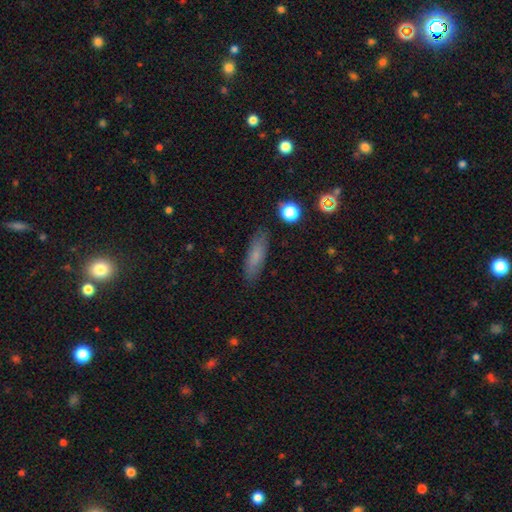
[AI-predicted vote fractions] Smooth or featured?
  - smooth: 74% *
  - featured or disk: 17%
  - star or artifact: 9%
How rounded?
  - cigar-shaped: 54% *
  - in between: 43%
  - round: 3%
Merging?
  - none: 86% *
  - minor disturbance: 10%
  - major disturbance: 2%
  - merger: 1%